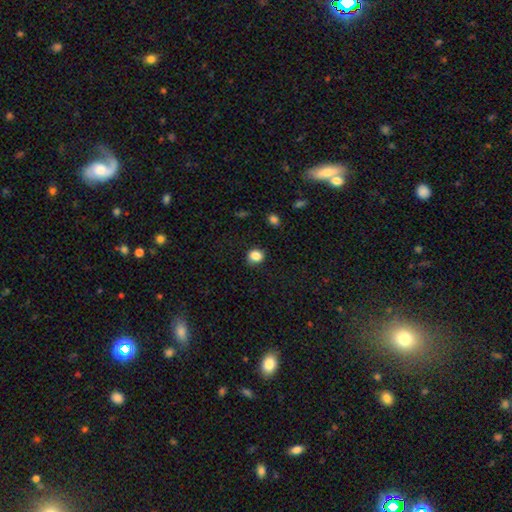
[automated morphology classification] A smooth galaxy with no disk features (86%) that is round (70%). Merging: none (84%).